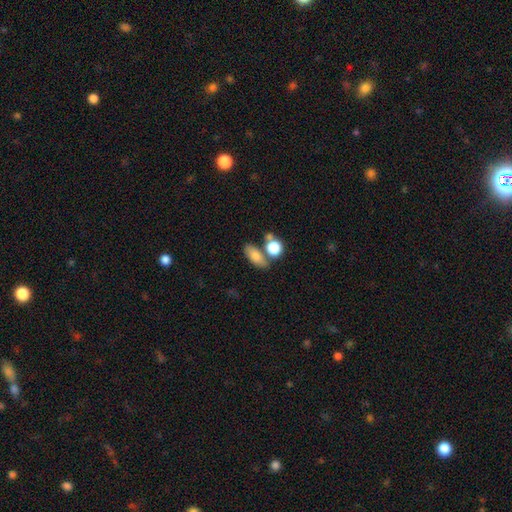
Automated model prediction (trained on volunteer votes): smooth_or_featured: smooth (p=0.77) [alt: featured or disk p=0.14]
how_rounded: in between (p=0.75) [alt: round p=0.15]
merging: none (p=0.58) [alt: merger p=0.25]